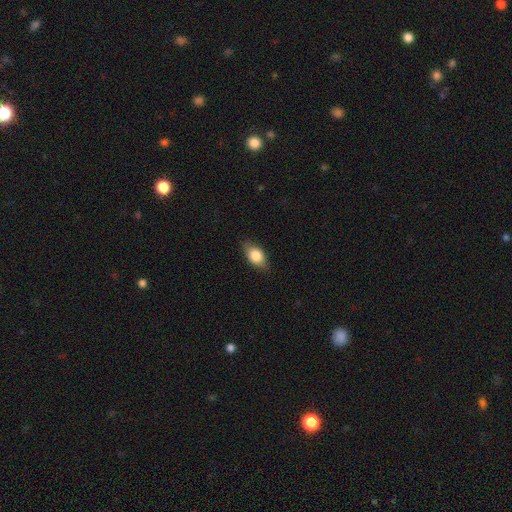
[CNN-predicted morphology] Overall: smooth (80%). How rounded: in between (86%). Merging: none (82%).